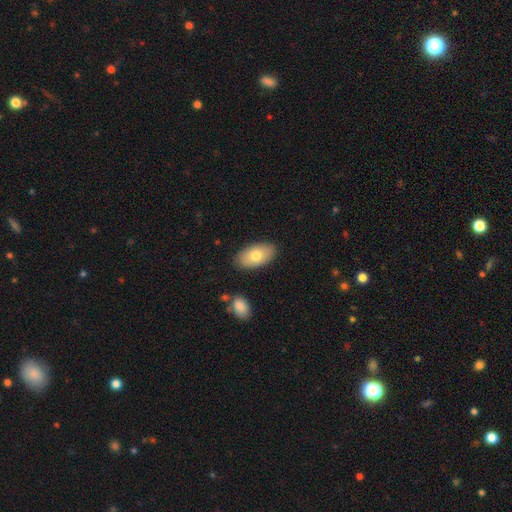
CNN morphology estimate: Smooth or featured: smooth — 75% (featured or disk — 19%)
How rounded: in between — 94% (round — 4%)
Merging: none — 84% (minor disturbance — 11%)